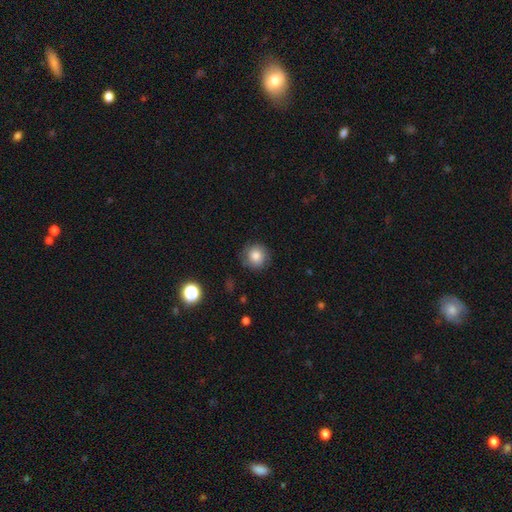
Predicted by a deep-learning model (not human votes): Smooth or featured? smooth (80%)
How rounded? round (92%)
Merging? none (82%)